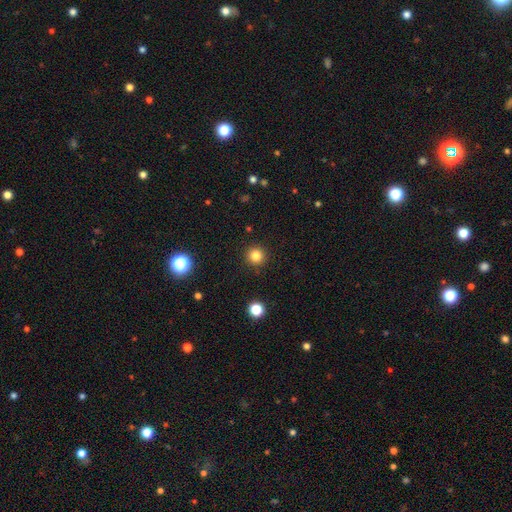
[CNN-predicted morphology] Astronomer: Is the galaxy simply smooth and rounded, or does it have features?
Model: smooth — 82%.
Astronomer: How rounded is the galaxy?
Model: round — 95%.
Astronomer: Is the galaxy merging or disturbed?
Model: none — 92%.